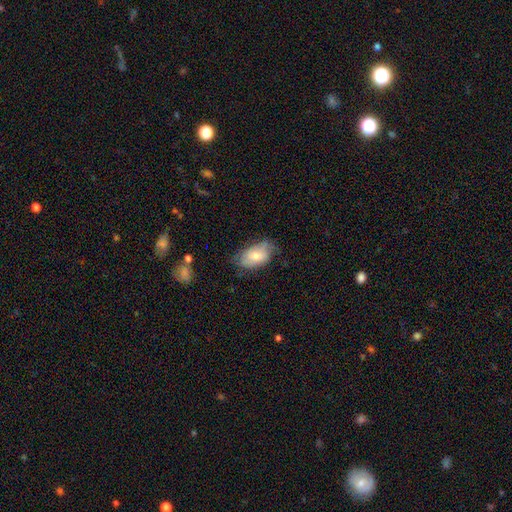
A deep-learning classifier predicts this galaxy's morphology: type=smooth (67%); roundness=in between (91%); merging=none (56%).